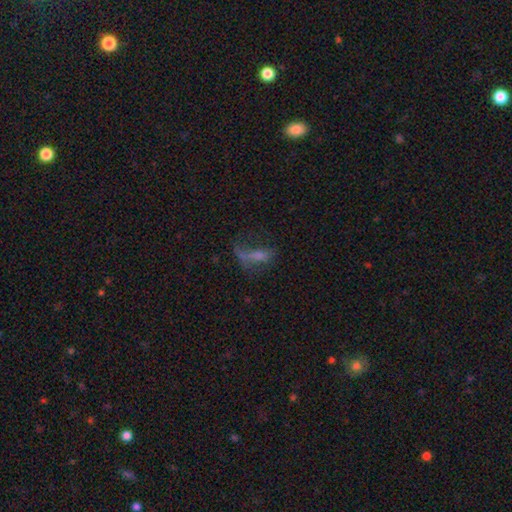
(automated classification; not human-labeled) Morphology: type=smooth (42%); merging=major disturbance (46%).